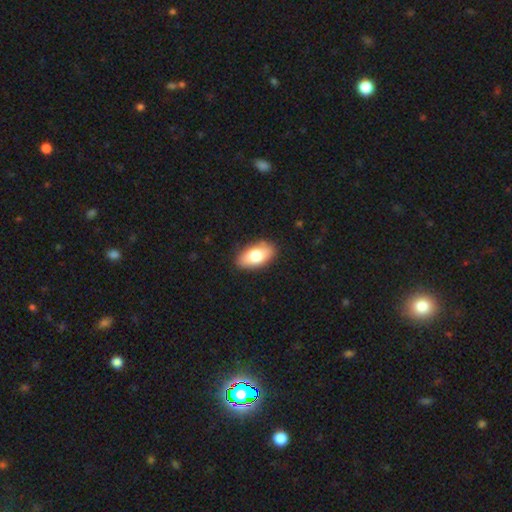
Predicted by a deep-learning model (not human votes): Q: Smooth or featured?
A: smooth (77%); runner-up: featured or disk (17%)
Q: How rounded?
A: in between (93%); runner-up: cigar-shaped (4%)
Q: Merging?
A: none (85%); runner-up: minor disturbance (12%)